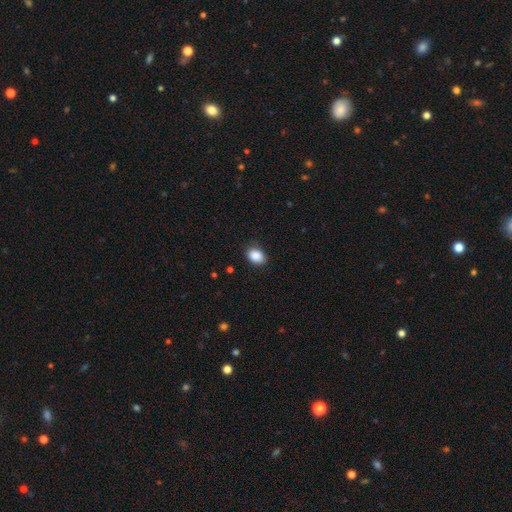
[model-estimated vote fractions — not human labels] Q: Smooth or featured?
A: smooth (89%); runner-up: star or artifact (8%)
Q: How rounded?
A: in between (73%); runner-up: round (26%)
Q: Merging?
A: none (84%); runner-up: minor disturbance (13%)